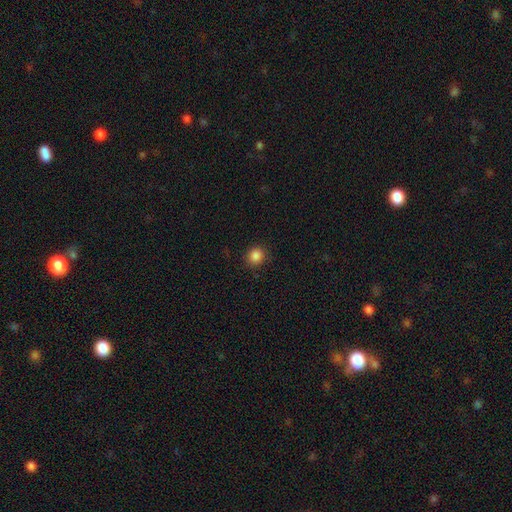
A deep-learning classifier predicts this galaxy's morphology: smooth 85%, star or artifact 11%, featured or disk 3%. Down the decision tree: how rounded — round (85%); merging — none (89%).